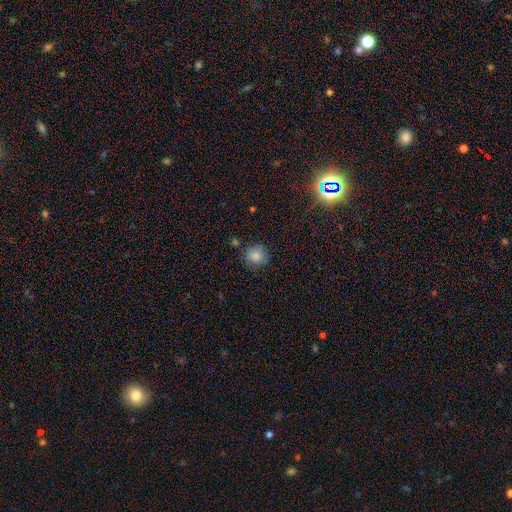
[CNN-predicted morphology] Overall: smooth (84%). How rounded: round (92%). Merging: none (82%).